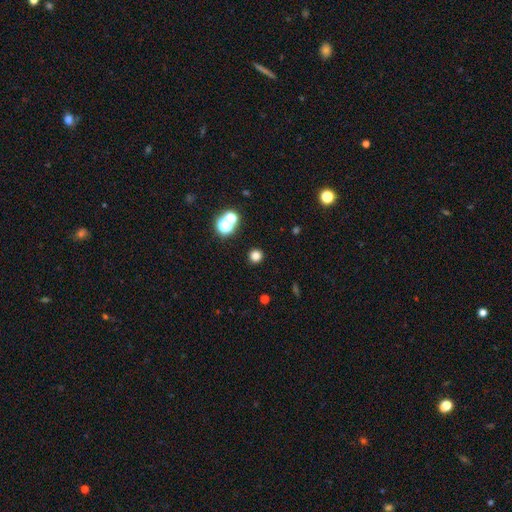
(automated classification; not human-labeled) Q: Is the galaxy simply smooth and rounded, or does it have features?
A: smooth — 77%.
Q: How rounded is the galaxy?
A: round — 94%.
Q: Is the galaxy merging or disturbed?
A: none — 89%.